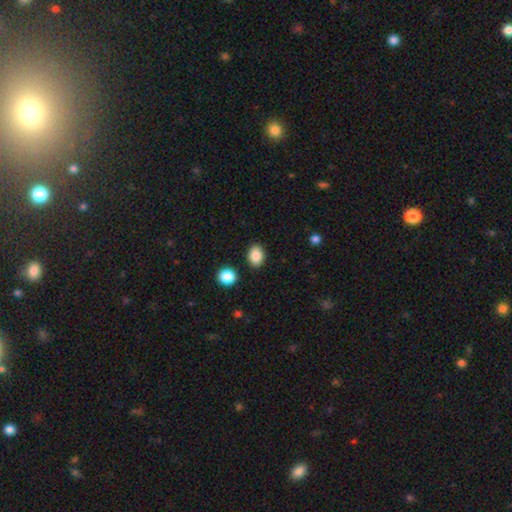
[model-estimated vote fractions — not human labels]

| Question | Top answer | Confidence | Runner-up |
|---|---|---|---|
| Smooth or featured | smooth | 88% | star or artifact (8%) |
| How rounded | in between | 71% | round (28%) |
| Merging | none | 86% | minor disturbance (8%) |